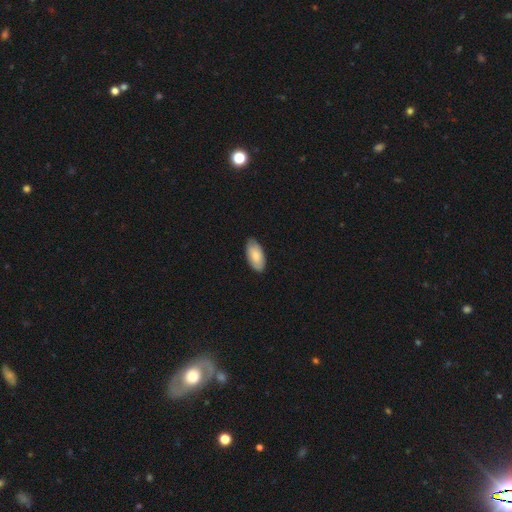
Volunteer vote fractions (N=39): This is clearly a smooth galaxy (85%). How rounded: clearly in between (88%). Merging: clearly none (86%).